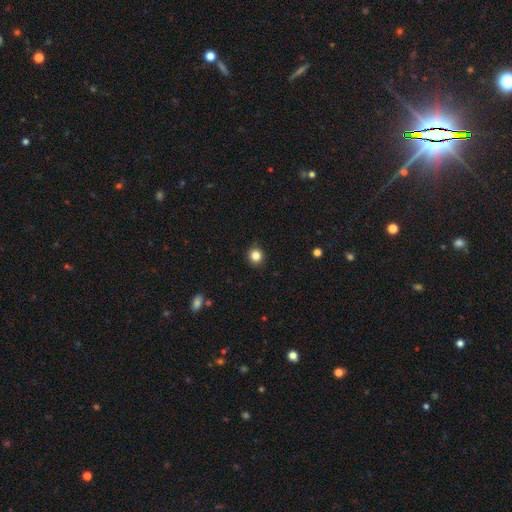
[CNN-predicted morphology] Smooth or featured? smooth (84%)
How rounded? round (91%)
Merging? none (91%)